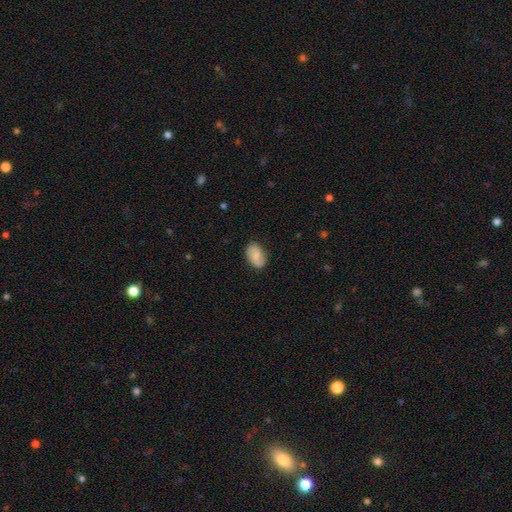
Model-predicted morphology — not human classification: This is possibly a smooth galaxy (50%). Merging: clearly none (82%).